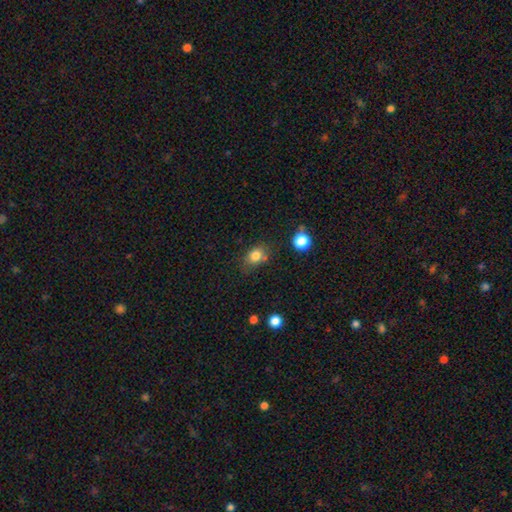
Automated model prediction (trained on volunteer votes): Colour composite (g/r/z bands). It shows a smooth galaxy with no disk features (81%) that is in between round and cigar-shaped (58%). Merging: none (66%).